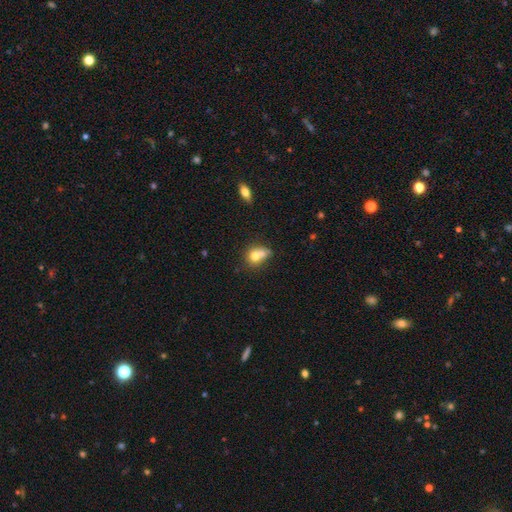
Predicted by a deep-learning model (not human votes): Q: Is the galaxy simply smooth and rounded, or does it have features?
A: smooth — 71%.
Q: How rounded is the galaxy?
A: round — 54%.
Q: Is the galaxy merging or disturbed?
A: merger — 48%.